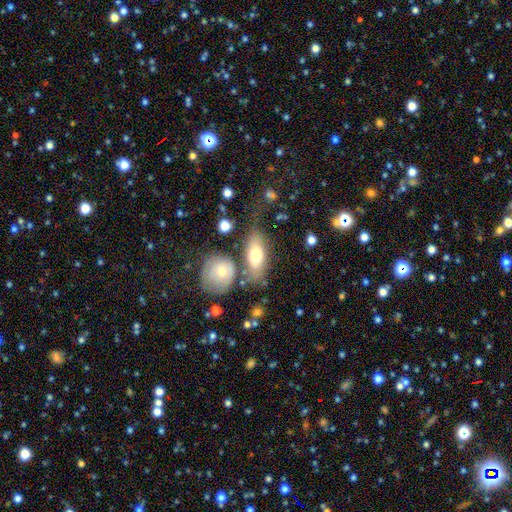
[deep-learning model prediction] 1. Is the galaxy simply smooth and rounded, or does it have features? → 70% smooth, 22% featured or disk, 8% star or artifact.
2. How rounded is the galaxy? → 78% in between, 15% cigar-shaped, 7% round.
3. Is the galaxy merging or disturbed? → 60% none, 18% minor disturbance, 15% merger, 8% major disturbance.